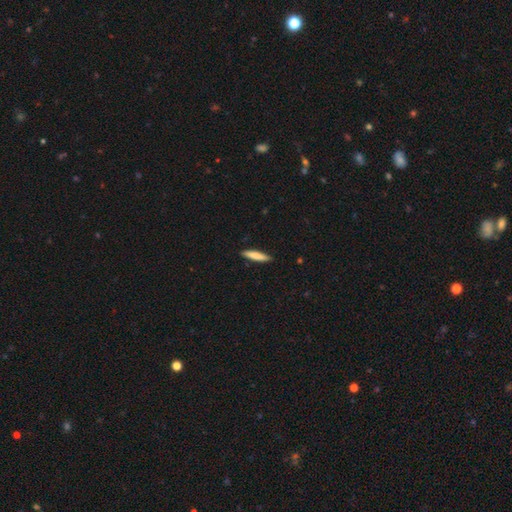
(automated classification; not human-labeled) This appears to be a smooth galaxy with no disk features (78%) that is cigar-shaped (85%). Merging: none (90%).